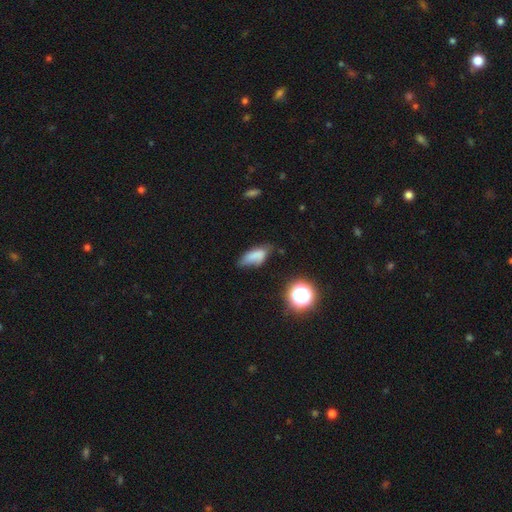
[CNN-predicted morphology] This is likely a smooth galaxy (71%). How rounded: likely in between (79%). Merging: marginally minor disturbance (40%, tied with none).